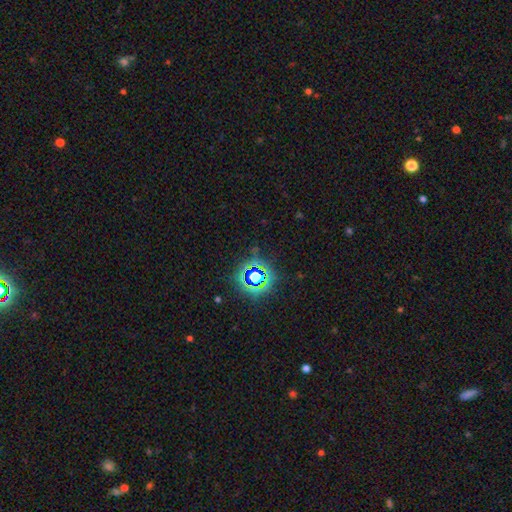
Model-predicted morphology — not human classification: Smooth or featured?
  - star or artifact: 79% *
  - smooth: 14%
  - featured or disk: 7%